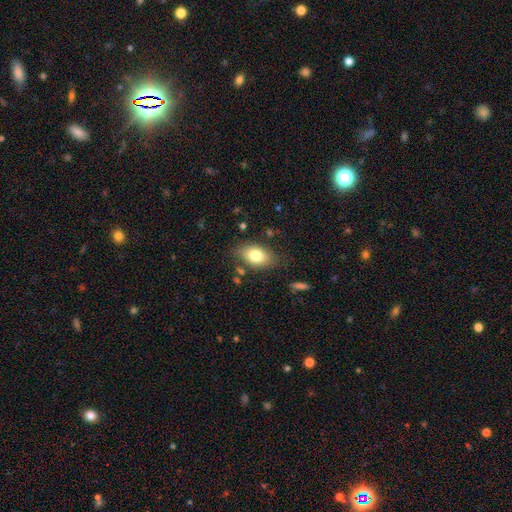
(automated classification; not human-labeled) smooth-or-featured: smooth: 78% | featured or disk: 14% | star or artifact: 8%
  how-rounded: in between: 88% | round: 10% | cigar-shaped: 2%
  merging: none: 78% | minor disturbance: 15% | major disturbance: 4% | merger: 3%